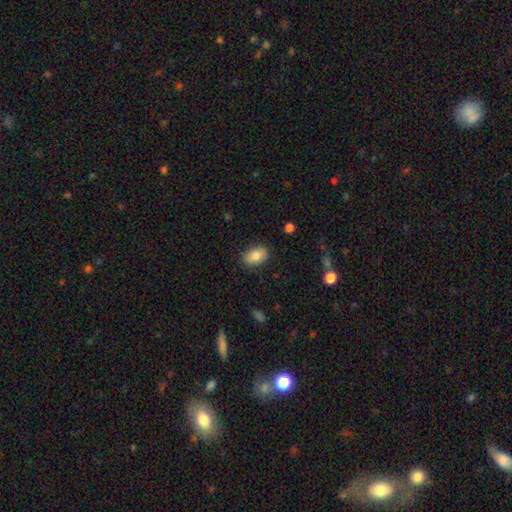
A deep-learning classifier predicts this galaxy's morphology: This is clearly a smooth galaxy (82%). How rounded: clearly in between (90%). Merging: clearly none (85%).